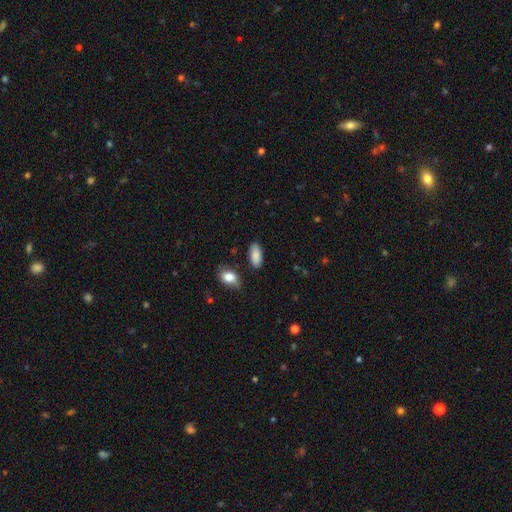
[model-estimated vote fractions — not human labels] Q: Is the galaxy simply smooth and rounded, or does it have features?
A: smooth — 87%.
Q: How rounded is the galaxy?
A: in between — 90%.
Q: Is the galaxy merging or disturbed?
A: none — 82%.